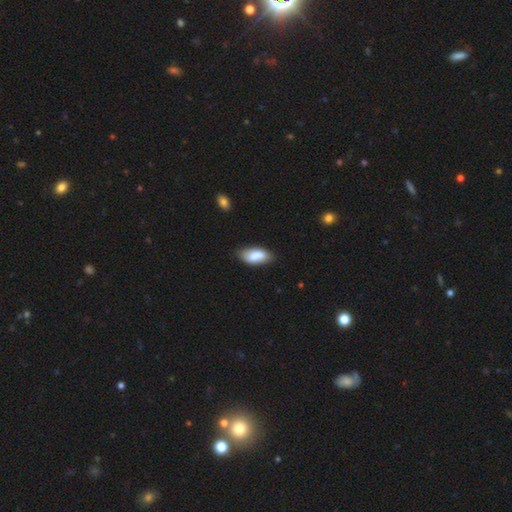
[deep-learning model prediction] Smooth or featured? Predicted: smooth (p=0.82). How rounded? Predicted: in between (p=0.91). Merging? Predicted: none (p=0.74).